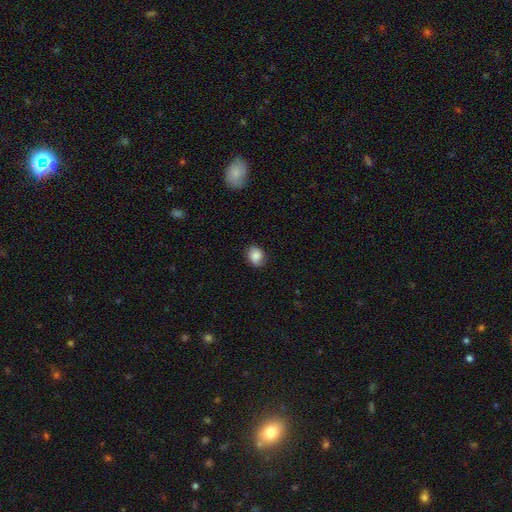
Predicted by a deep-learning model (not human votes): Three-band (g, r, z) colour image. It shows a smooth galaxy with no disk features (84%) that is round (52%). Merging: none (77%).